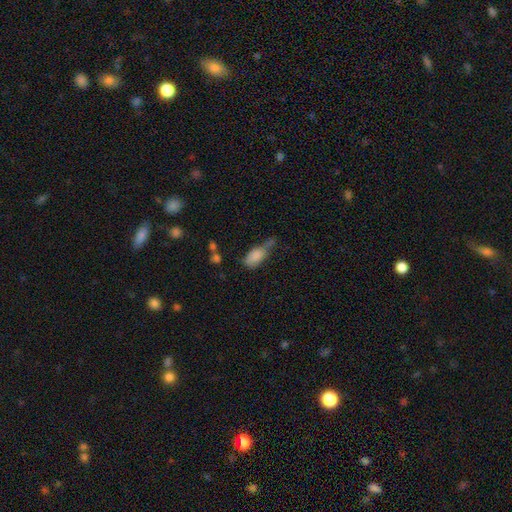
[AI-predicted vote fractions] This is likely a smooth galaxy (79%). How rounded: clearly in between (84%). Merging: marginally minor disturbance (38%).